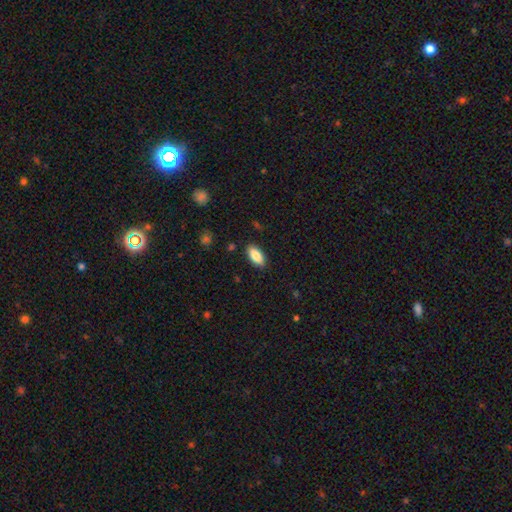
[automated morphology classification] smooth 84%, featured or disk 9%, star or artifact 7%. Down the decision tree: how rounded — in between (89%); merging — none (88%).